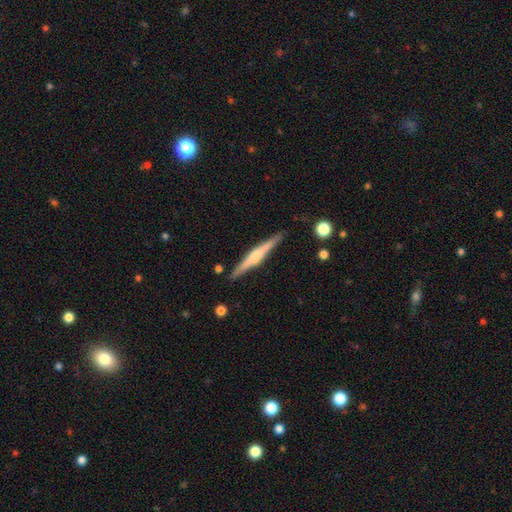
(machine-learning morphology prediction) Smooth or featured? Predicted: featured or disk (p=0.70). Edge-on disk? Predicted: yes (p=0.98). Edge-on bulge? Predicted: rounded (p=0.71). Merging? Predicted: none (p=0.89).